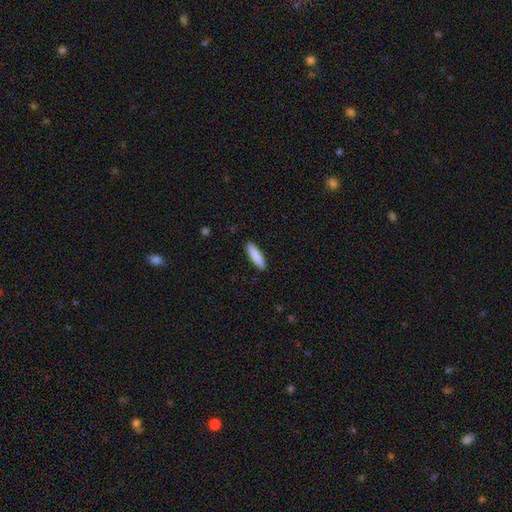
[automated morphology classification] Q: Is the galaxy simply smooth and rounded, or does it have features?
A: smooth — 88%.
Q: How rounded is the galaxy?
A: cigar-shaped — 69%.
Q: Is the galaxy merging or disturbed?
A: none — 90%.